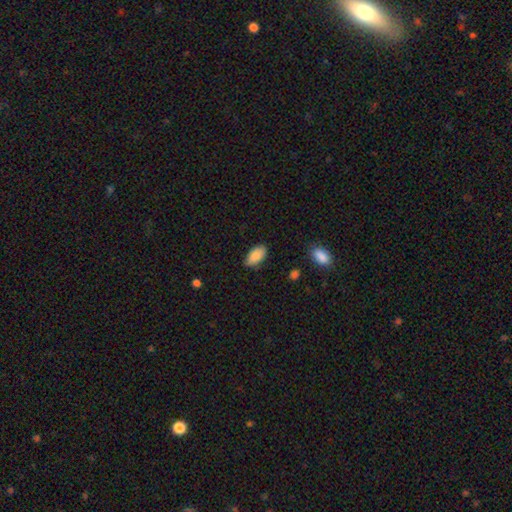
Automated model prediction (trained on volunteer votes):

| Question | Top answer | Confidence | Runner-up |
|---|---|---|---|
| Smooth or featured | smooth | 86% | featured or disk (7%) |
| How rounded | in between | 94% | round (3%) |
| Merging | none | 81% | minor disturbance (15%) |